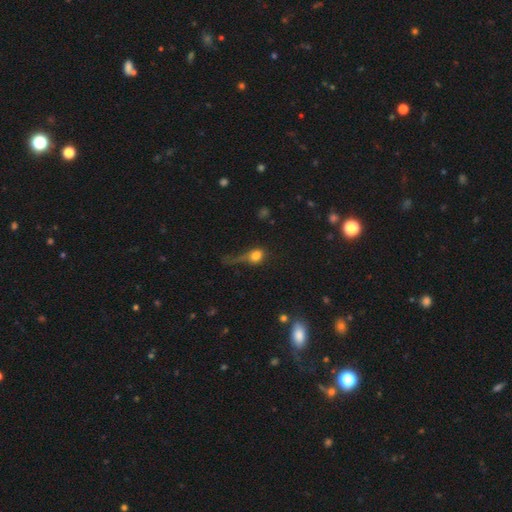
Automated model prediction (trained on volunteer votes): smooth-or-featured: smooth: 73% | featured or disk: 14% | star or artifact: 13%
  how-rounded: round: 51% | in between: 45% | cigar-shaped: 4%
  merging: major disturbance: 44% | none: 28% | minor disturbance: 20% | merger: 9%